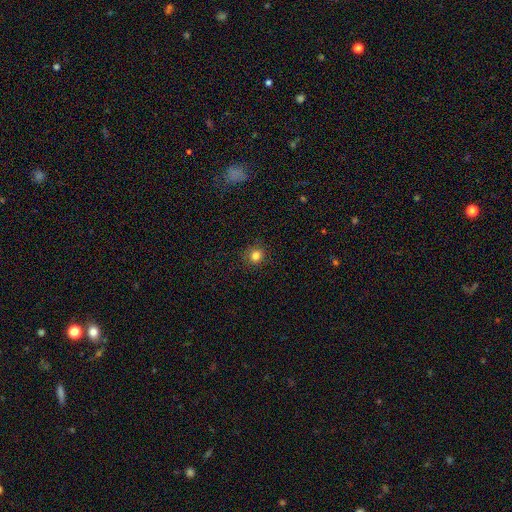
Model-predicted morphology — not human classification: Smooth or featured? smooth (83%)
How rounded? round (86%)
Merging? none (89%)